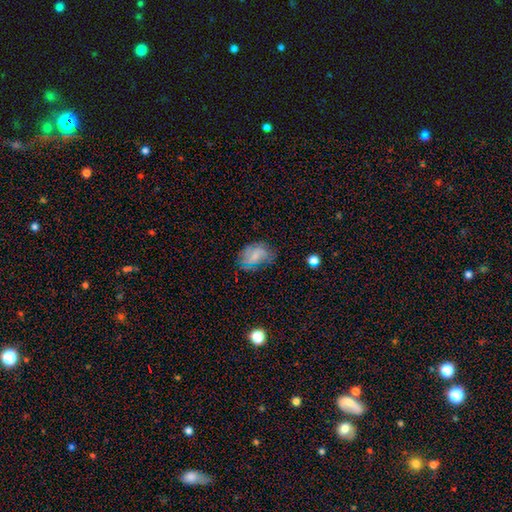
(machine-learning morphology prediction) Smooth or featured? smooth (49%)
Merging? none (63%)